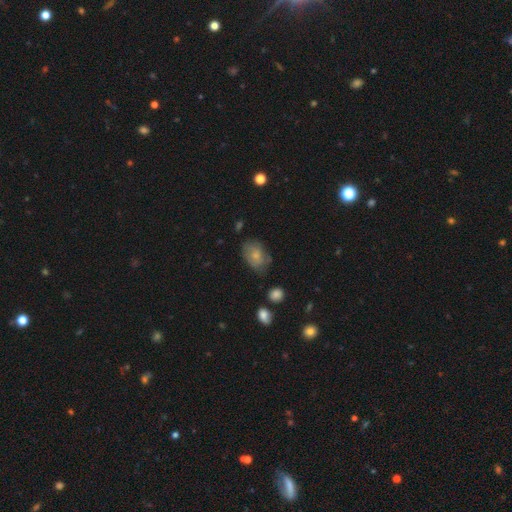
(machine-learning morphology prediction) type=smooth (68%); roundness=in between (78%); merging=none (59%).